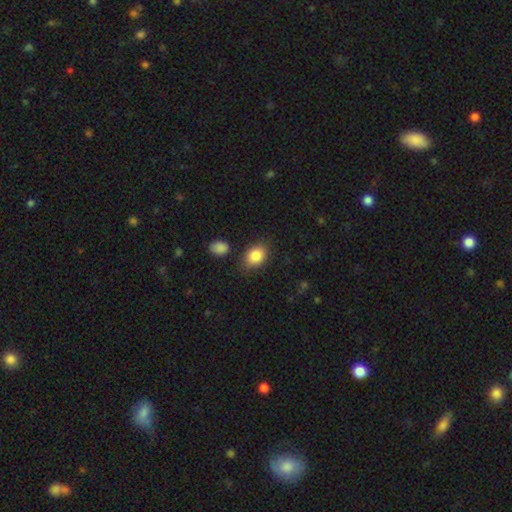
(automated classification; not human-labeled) A smooth galaxy with no disk features (85%) that is in between round and cigar-shaped (68%).

Vote fractions:
- Smooth or featured? smooth: 85% / star or artifact: 8% / featured or disk: 7%
- How rounded? in between: 68% / round: 31% / cigar-shaped: 1%
- Merging? none: 75% / minor disturbance: 16% / merger: 4% / major disturbance: 4%